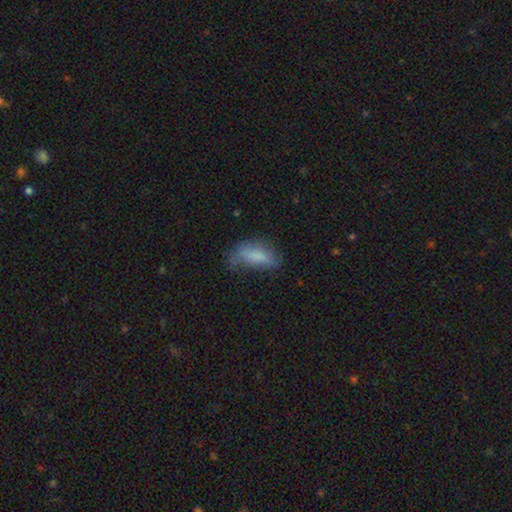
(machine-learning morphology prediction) Smooth or featured: smooth — 73% (featured or disk — 19%)
How rounded: in between — 76% (cigar-shaped — 21%)
Merging: none — 37% (minor disturbance — 35%)